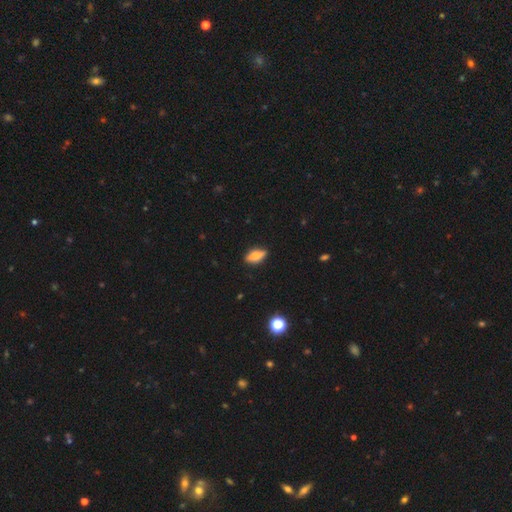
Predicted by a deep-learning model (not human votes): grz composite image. It shows a smooth galaxy with no disk features (70%) that is in between round and cigar-shaped (79%). Merging: none (84%).